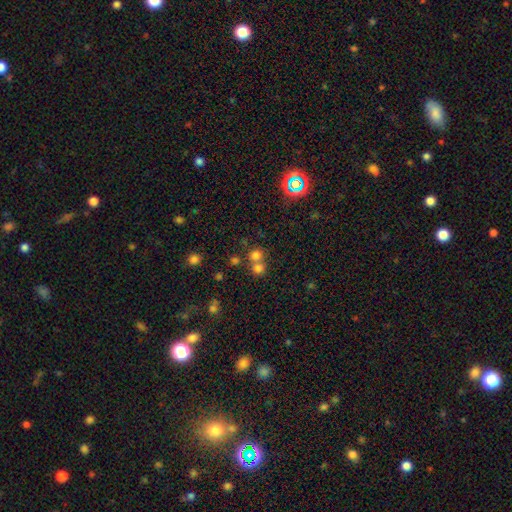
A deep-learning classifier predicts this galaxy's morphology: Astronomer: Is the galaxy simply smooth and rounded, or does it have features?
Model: smooth — 72%.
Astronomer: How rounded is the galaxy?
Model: round — 87%.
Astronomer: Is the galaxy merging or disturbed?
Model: none — 50% (runner-up: merger, 43%).